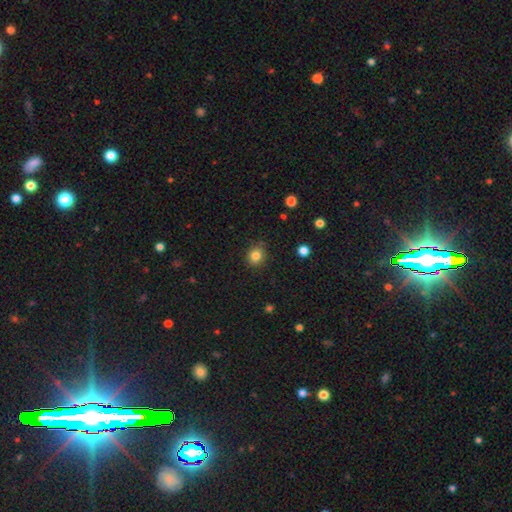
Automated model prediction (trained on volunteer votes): The model was most divided on "how rounded": round: 78%, in between: 21%, cigar-shaped: 1%. More confident: merging — none (85%); smooth or featured — smooth (83%).